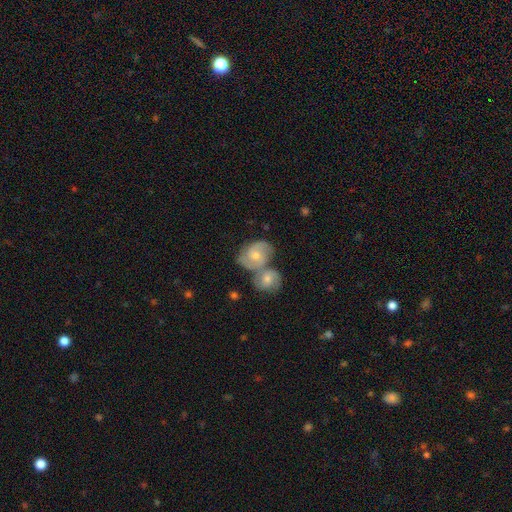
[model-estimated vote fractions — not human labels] Q: Smooth or featured?
A: featured or disk (74%); runner-up: smooth (18%)
Q: Edge-on disk?
A: no (97%); runner-up: yes (3%)
Q: Bar?
A: no (63%); runner-up: weak (31%)
Q: Spiral arms?
A: yes (93%); runner-up: no (7%)
Q: Spiral winding?
A: tight (46%); runner-up: medium (44%)
Q: Spiral arm count?
A: 2 (53%); runner-up: 3 (23%)
Q: Bulge size?
A: moderate (59%); runner-up: small (36%)
Q: Merging?
A: merger (50%); runner-up: none (35%)